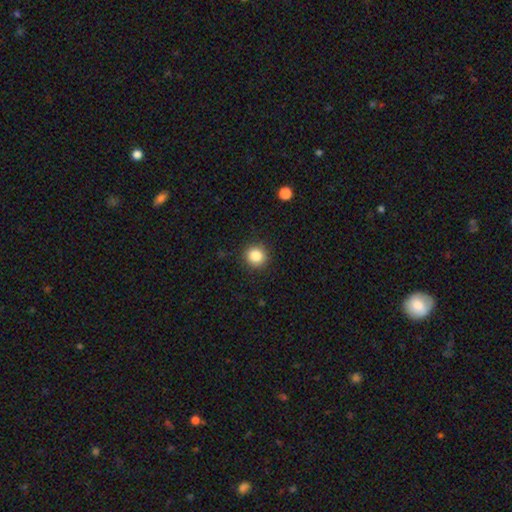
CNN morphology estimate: A smooth galaxy with no disk features (85%) that is round (92%). Merging: none (90%).